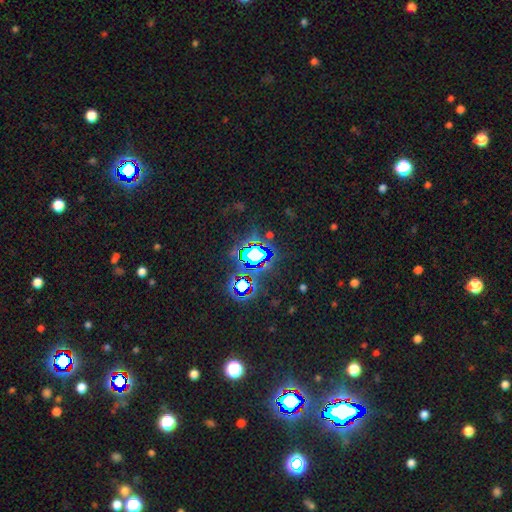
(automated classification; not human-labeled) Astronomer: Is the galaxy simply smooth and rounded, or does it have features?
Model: star or artifact — 75%.